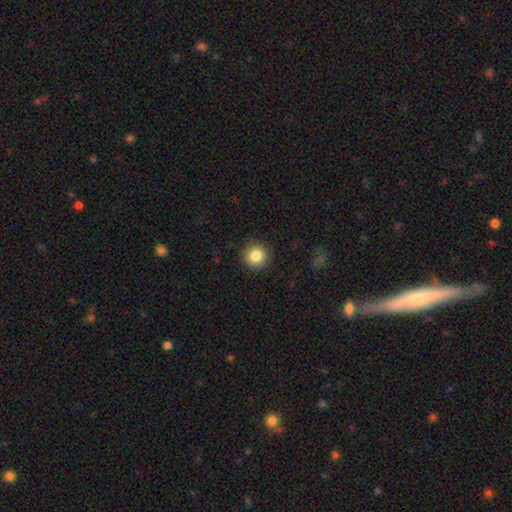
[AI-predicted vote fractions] This appears to be a smooth galaxy with no disk features (84%) that is round (94%). Merging: none (90%).